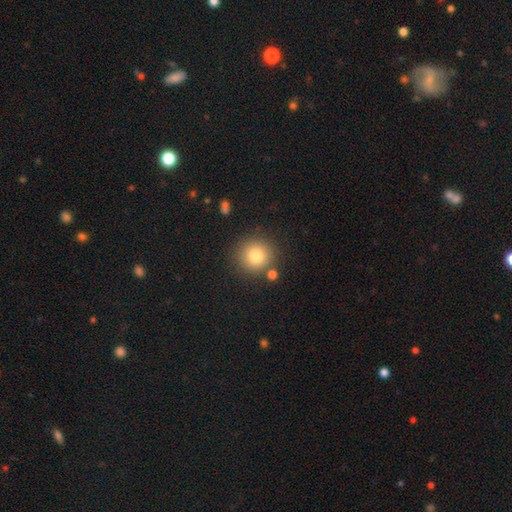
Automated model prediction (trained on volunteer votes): Smooth or featured? smooth (79%)
How rounded? round (93%)
Merging? none (82%)